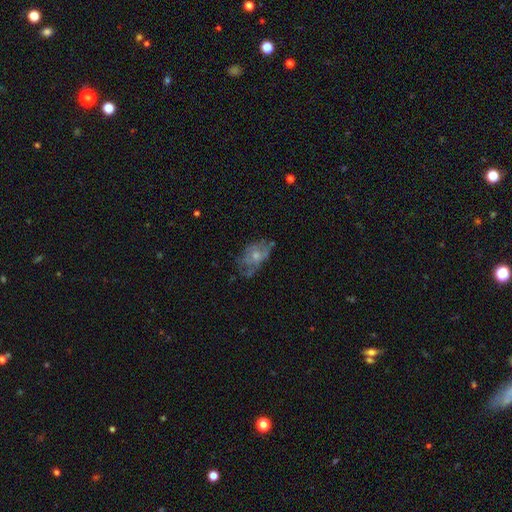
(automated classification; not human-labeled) Overall: featured or disk (51%; smooth 39%). Edge-on disk: no (95%). Merging: none (46%; minor disturbance 27%).